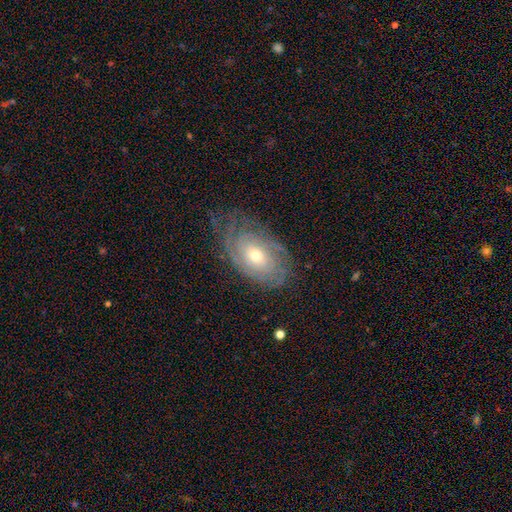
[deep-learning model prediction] Smooth or featured? featured or disk (77%)
Edge-on disk? no (94%)
Bar? no (76%)
Spiral arms? yes (89%)
Spiral winding? tight (75%)
Spiral arm count? can't tell (54%)
Bulge size? moderate (54%)
Merging? none (67%)